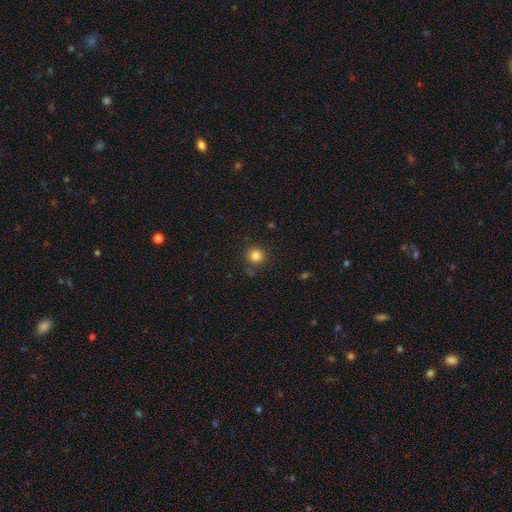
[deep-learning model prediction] Smooth or featured?
  - smooth: 83% *
  - star or artifact: 12%
  - featured or disk: 4%
How rounded?
  - round: 93% *
  - in between: 6%
  - cigar-shaped: 1%
Merging?
  - none: 85% *
  - minor disturbance: 9%
  - merger: 3%
  - major disturbance: 3%